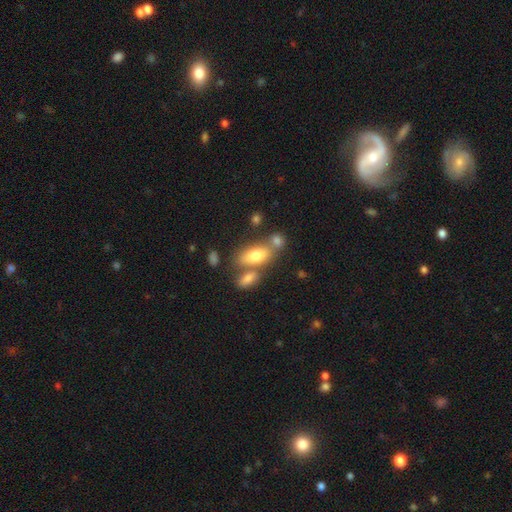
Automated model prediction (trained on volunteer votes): Smooth or featured? Predicted: smooth (p=0.73). How rounded? Predicted: in between (p=0.81). Merging? Predicted: none (p=0.50).